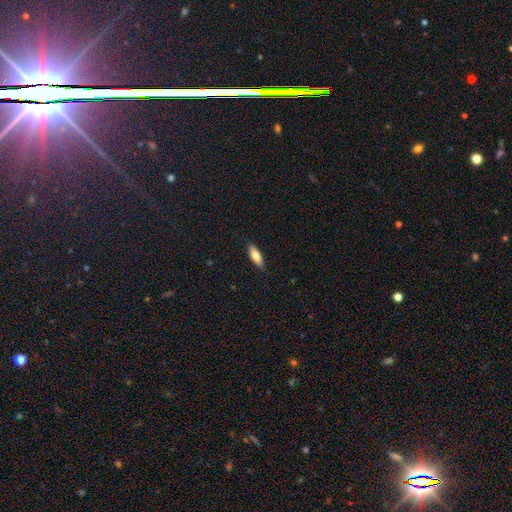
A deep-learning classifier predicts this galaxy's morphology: Smooth or featured?
  - smooth: 74% *
  - featured or disk: 20%
  - star or artifact: 6%
How rounded?
  - in between: 56% *
  - cigar-shaped: 42%
  - round: 2%
Merging?
  - none: 82% *
  - minor disturbance: 14%
  - major disturbance: 2%
  - merger: 1%